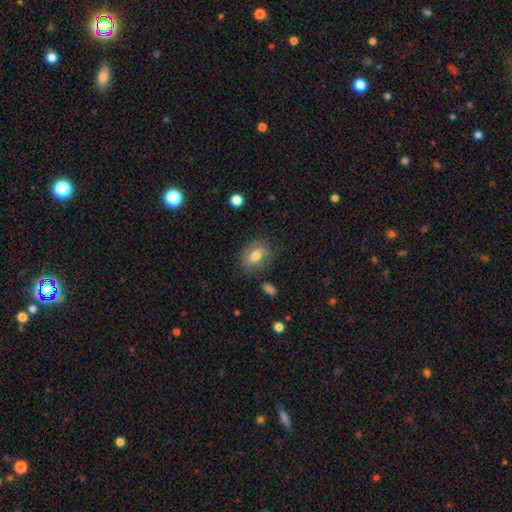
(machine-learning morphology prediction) Q: Smooth or featured?
A: smooth (69%); runner-up: featured or disk (23%)
Q: How rounded?
A: in between (75%); runner-up: round (23%)
Q: Merging?
A: none (78%); runner-up: minor disturbance (15%)